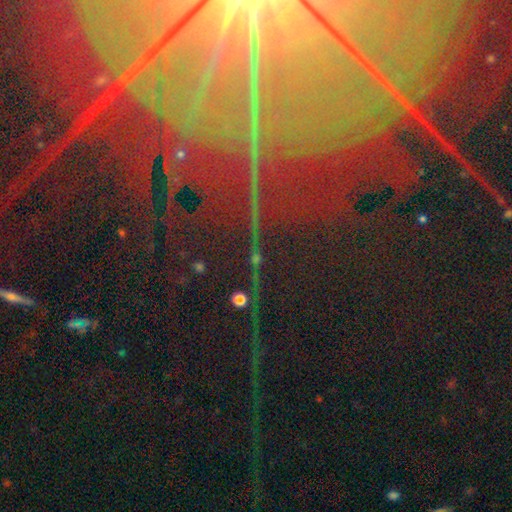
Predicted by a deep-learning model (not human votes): Smooth or featured? star or artifact (76%)